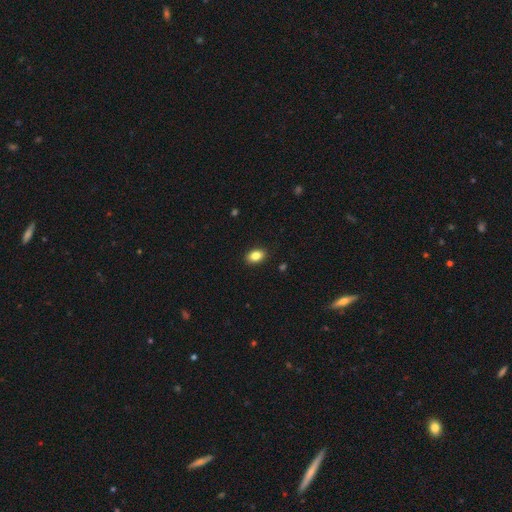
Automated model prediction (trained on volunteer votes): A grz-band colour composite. It shows a smooth galaxy with no disk features (85%) that is in between round and cigar-shaped (85%). Merging: none (90%).